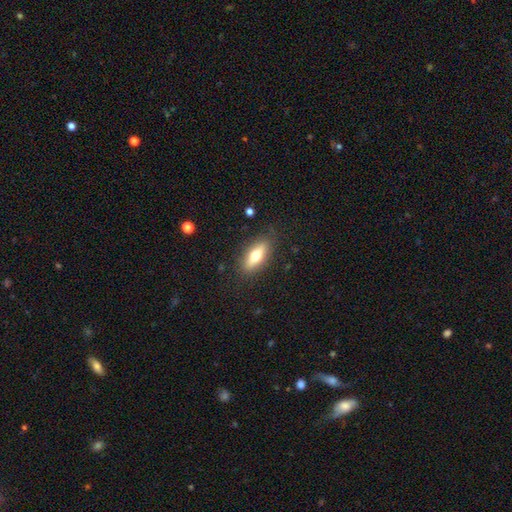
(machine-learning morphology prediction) Overall: smooth (59%; featured or disk 34%). How rounded: in between (66%; cigar-shaped 30%). Merging: none (85%).